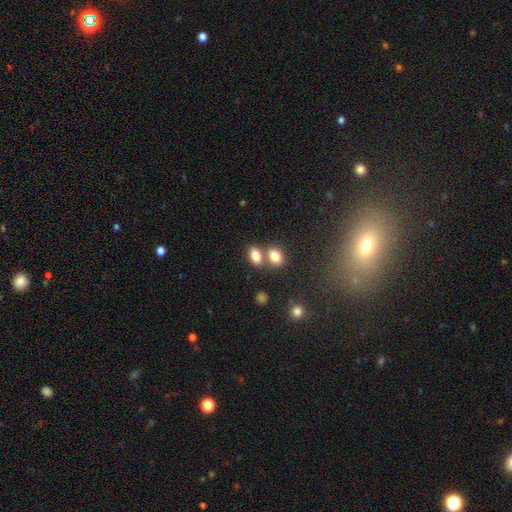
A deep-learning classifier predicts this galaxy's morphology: This appears to be a smooth galaxy with no disk features (82%) that is in between round and cigar-shaped (86%). Merging: none (44%).